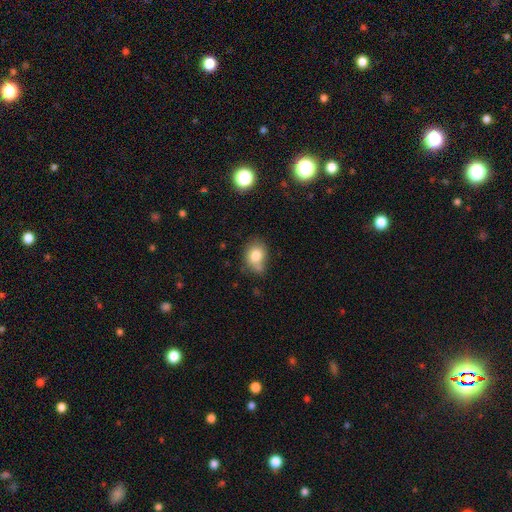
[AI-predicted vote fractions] This appears to be a smooth galaxy with no disk features (79%) that is in between round and cigar-shaped (53%). Merging: none (55%).